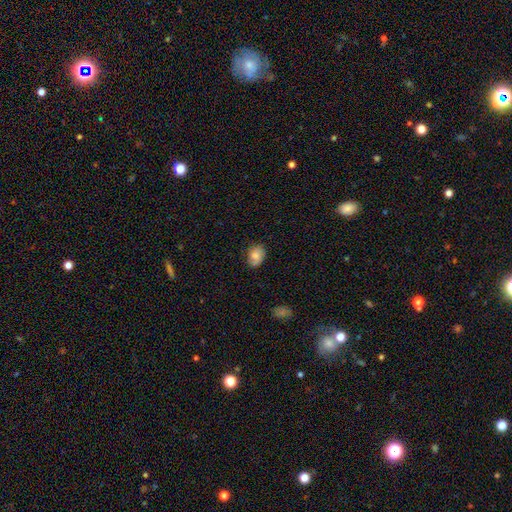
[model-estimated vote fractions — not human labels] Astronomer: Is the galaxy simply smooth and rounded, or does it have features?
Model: smooth — 75%.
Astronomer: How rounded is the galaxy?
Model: in between — 61% (runner-up: round, 38%).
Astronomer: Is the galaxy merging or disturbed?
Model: none — 72%.